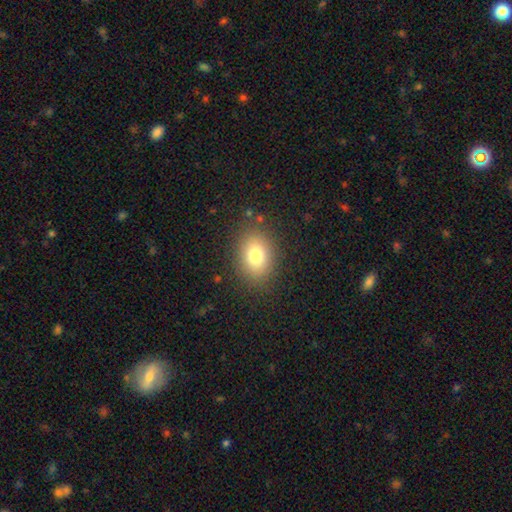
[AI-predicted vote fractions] Smooth or featured? Predicted: smooth (p=0.77). How rounded? Predicted: in between (p=0.65). Merging? Predicted: none (p=0.86).